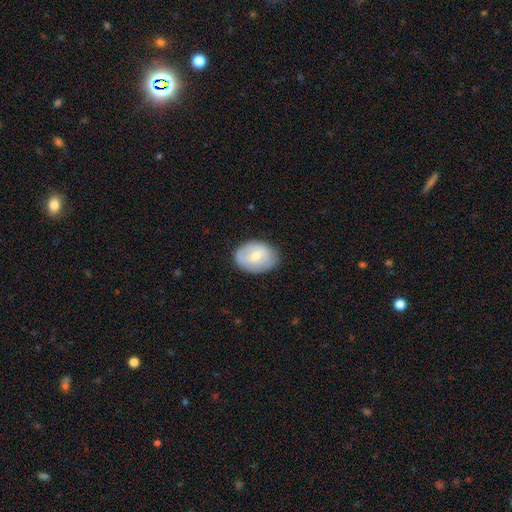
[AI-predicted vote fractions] smooth 56%, featured or disk 37%, star or artifact 6%. Down the decision tree: how rounded — in between (76%); merging — none (81%).